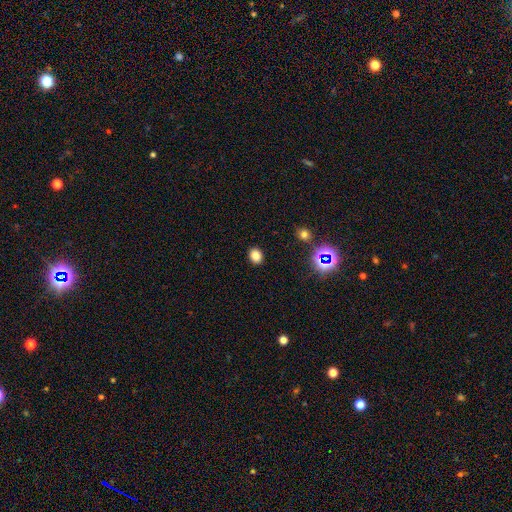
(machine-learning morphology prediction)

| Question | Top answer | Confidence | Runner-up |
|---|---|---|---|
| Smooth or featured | smooth | 80% | star or artifact (15%) |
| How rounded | round | 51% | in between (48%) |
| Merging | none | 90% | minor disturbance (7%) |